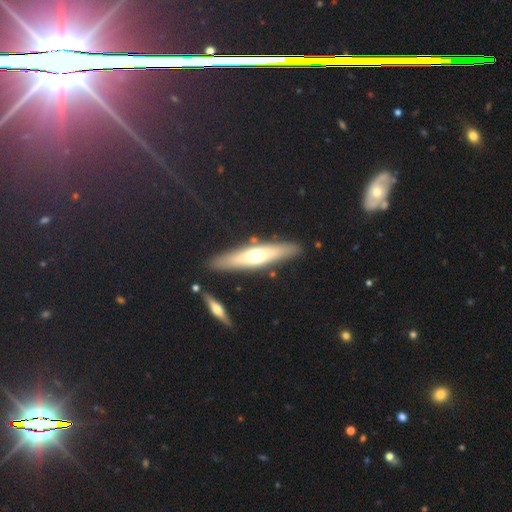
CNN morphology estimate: type=featured or disk (47%, tied with smooth); merging=none (85%).